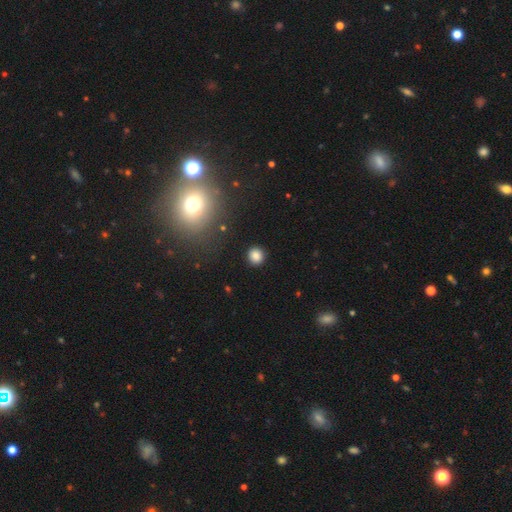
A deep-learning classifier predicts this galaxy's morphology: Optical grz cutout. It shows a smooth galaxy with no disk features (83%) that is round (90%). Merging: none (91%).